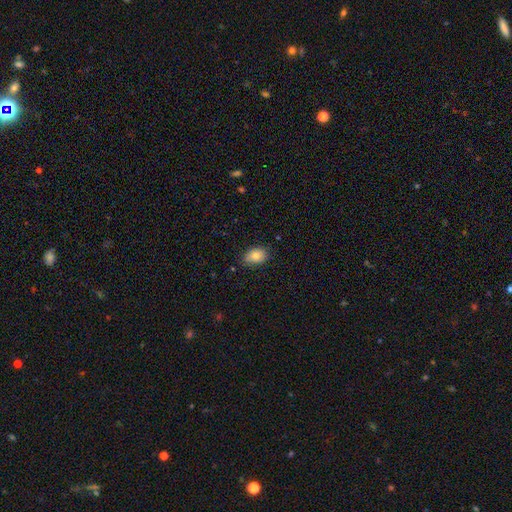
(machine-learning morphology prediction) type=smooth (80%); roundness=in between (78%); merging=none (73%).